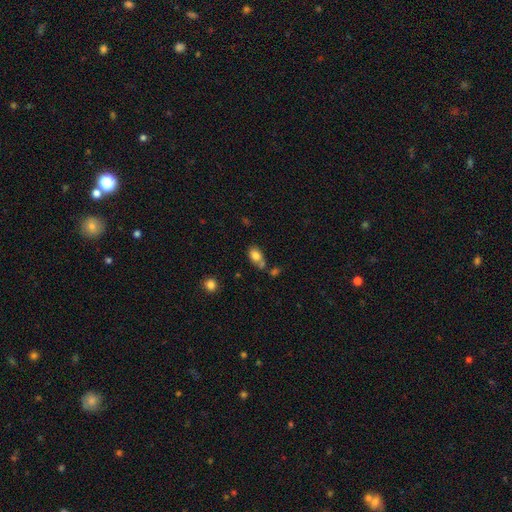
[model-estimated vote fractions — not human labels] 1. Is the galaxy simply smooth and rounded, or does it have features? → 81% smooth, 10% featured or disk, 9% star or artifact.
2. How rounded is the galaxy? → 81% in between, 17% round, 2% cigar-shaped.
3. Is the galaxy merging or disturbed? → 51% none, 25% merger, 18% minor disturbance, 6% major disturbance.